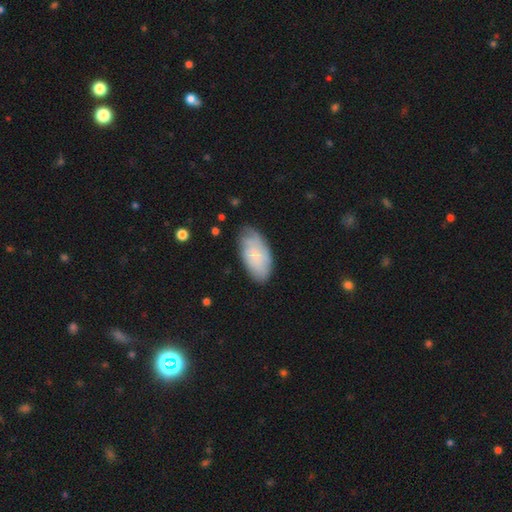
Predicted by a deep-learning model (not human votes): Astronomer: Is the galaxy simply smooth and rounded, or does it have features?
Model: smooth — 63%.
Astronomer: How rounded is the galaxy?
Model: in between — 94%.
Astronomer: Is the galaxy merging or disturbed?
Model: none — 66%.